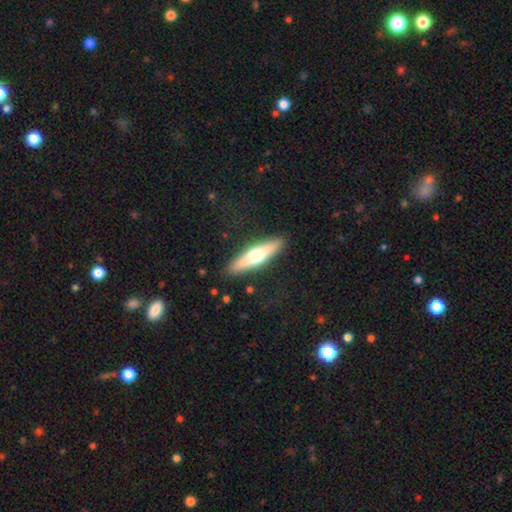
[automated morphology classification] This appears to be a featured or disk galaxy (51%) viewed edge-on (92%). Merging: none (89%).